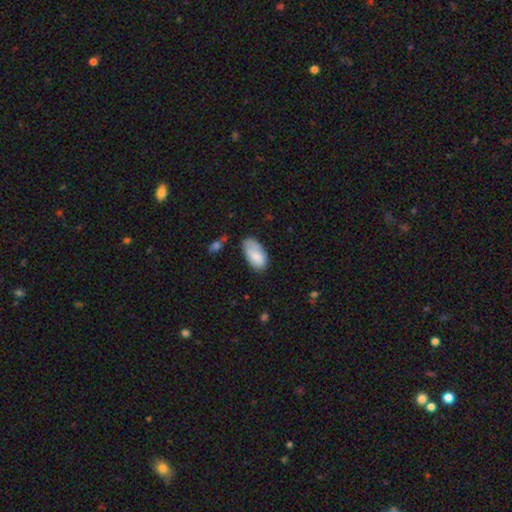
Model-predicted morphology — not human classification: Smooth or featured?
  - smooth: 80% *
  - featured or disk: 14%
  - star or artifact: 6%
How rounded?
  - in between: 95% *
  - cigar-shaped: 3%
  - round: 3%
Merging?
  - none: 56% *
  - minor disturbance: 31%
  - major disturbance: 9%
  - merger: 4%